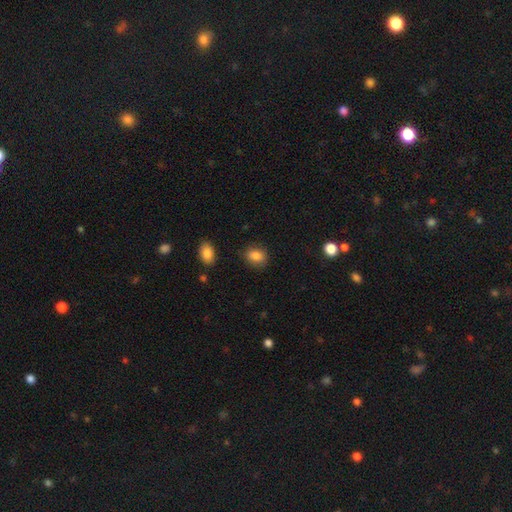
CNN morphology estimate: Smooth or featured? smooth (86%)
How rounded? in between (62%)
Merging? none (83%)